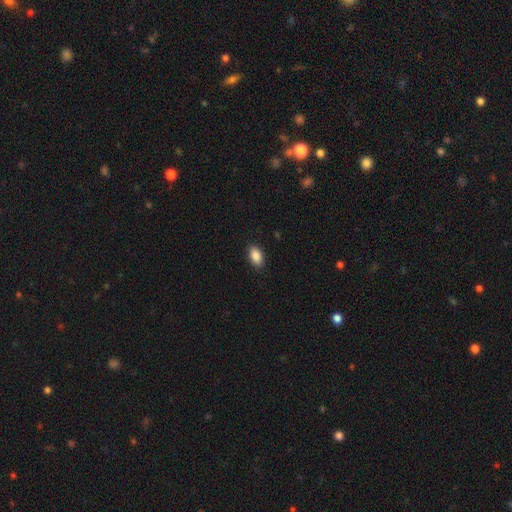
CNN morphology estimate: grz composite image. It shows a smooth galaxy with no disk features (89%) that is in between round and cigar-shaped (92%). Merging: none (88%).